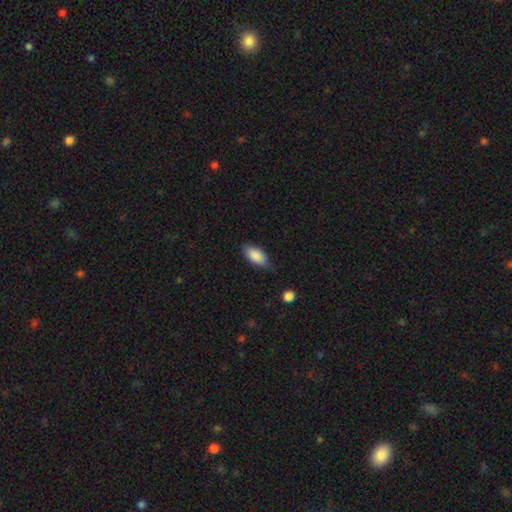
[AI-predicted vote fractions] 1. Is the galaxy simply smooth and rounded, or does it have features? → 87% smooth, 7% star or artifact, 6% featured or disk.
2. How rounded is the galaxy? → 90% in between, 8% cigar-shaped, 3% round.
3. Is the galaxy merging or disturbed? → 76% none, 19% minor disturbance, 4% major disturbance, 2% merger.